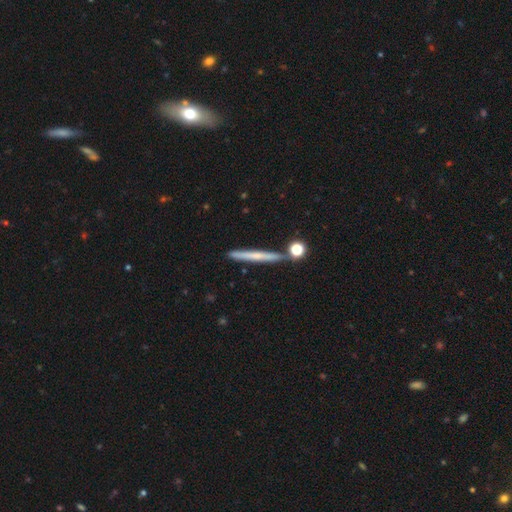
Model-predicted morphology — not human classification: smooth_or_featured: smooth (p=0.49) [alt: featured or disk p=0.44]
merging: none (p=0.82) [alt: minor disturbance p=0.09]